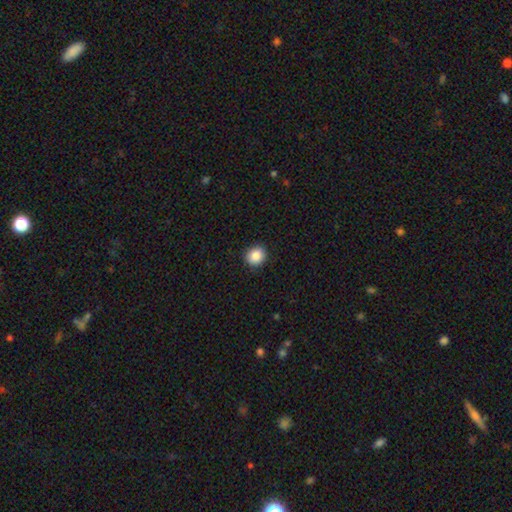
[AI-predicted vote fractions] This is clearly a smooth galaxy (87%). How rounded: clearly round (84%). Merging: clearly none (91%).